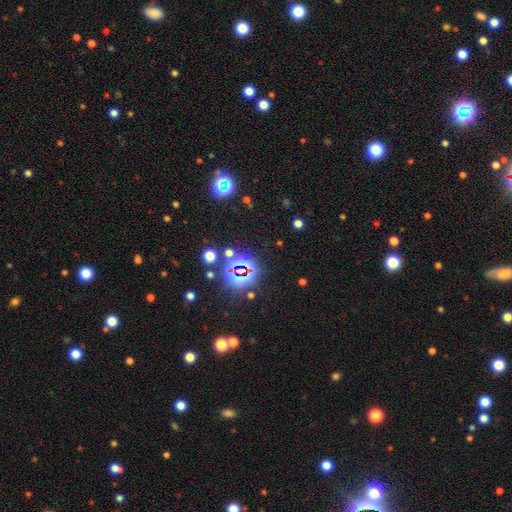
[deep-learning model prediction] A star or artifact, not a galaxy (82%).